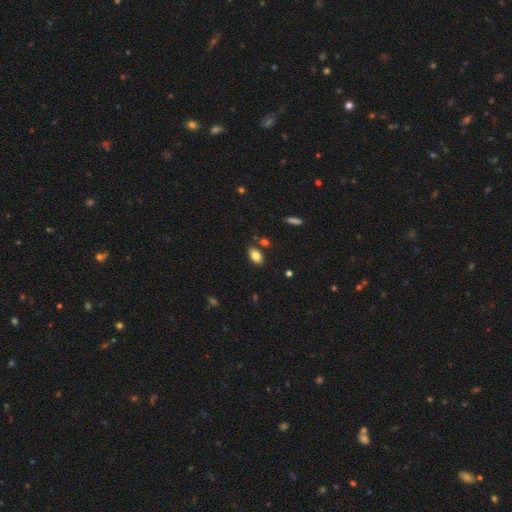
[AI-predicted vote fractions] This appears to be a smooth galaxy with no disk features (84%) that is in between round and cigar-shaped (91%). Merging: none (82%).